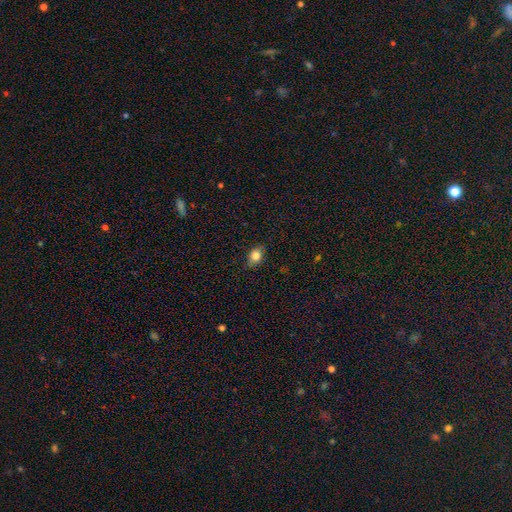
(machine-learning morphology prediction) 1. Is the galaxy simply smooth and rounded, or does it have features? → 83% smooth, 10% star or artifact, 7% featured or disk.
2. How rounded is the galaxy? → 61% in between, 37% round, 1% cigar-shaped.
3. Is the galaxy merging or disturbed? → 83% none, 14% minor disturbance, 3% major disturbance, 1% merger.